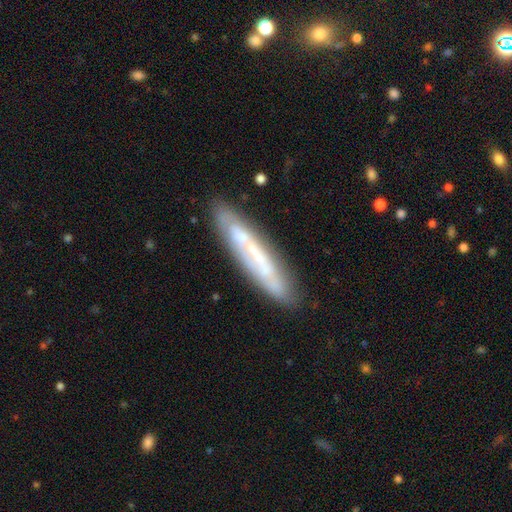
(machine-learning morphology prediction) Smooth or featured? Predicted: featured or disk (p=0.60). Edge-on disk? Predicted: yes (p=0.56). Merging? Predicted: none (p=0.77).